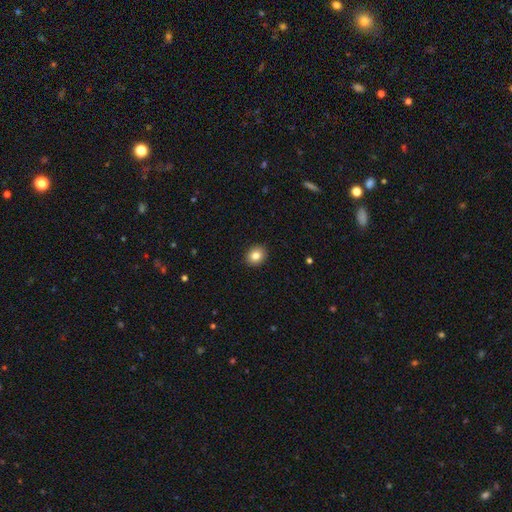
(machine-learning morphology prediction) smooth-or-featured: smooth: 83% | star or artifact: 10% | featured or disk: 8%
  how-rounded: round: 65% | in between: 34% | cigar-shaped: 1%
  merging: none: 92% | minor disturbance: 6% | major disturbance: 2% | merger: 1%